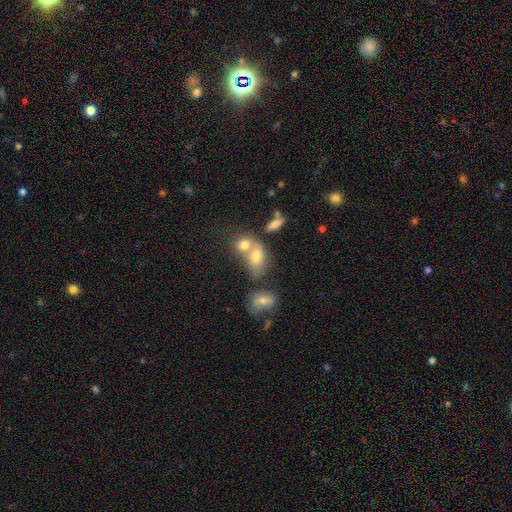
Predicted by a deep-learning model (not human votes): A smooth galaxy with no disk features (67%) that is in between round and cigar-shaped (63%). Merging: merger (58%).